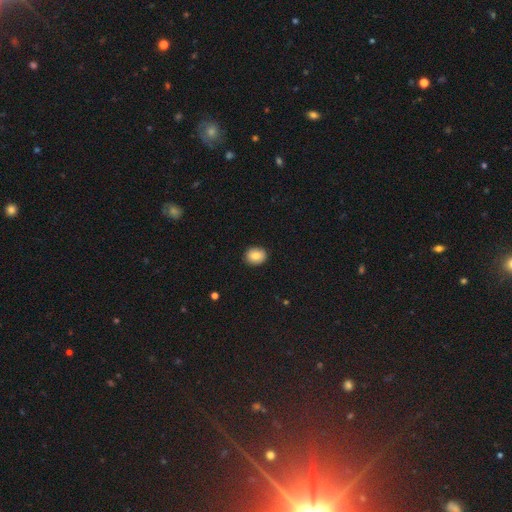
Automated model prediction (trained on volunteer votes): Overall: smooth (83%). How rounded: round (59%; in between 40%). Merging: none (89%).